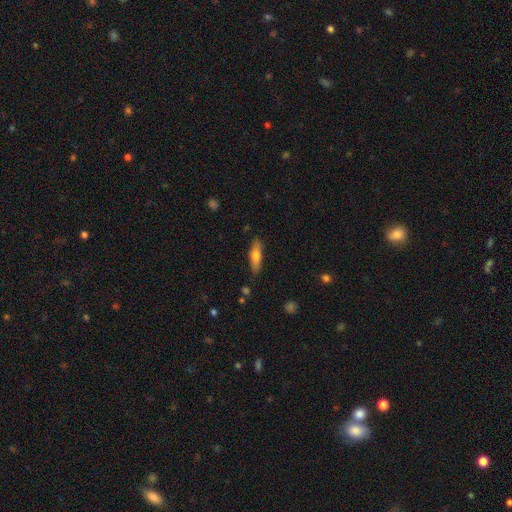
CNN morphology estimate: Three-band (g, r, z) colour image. It shows a smooth galaxy with no disk features (66%) that is cigar-shaped (63%). Merging: none (84%).